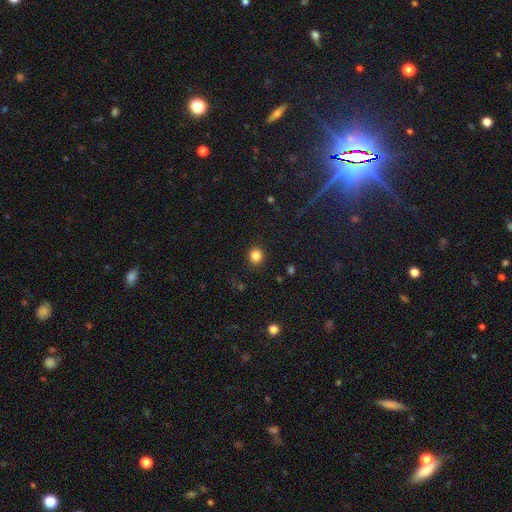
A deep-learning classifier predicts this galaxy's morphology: type=smooth (84%); roundness=round (86%); merging=none (90%).